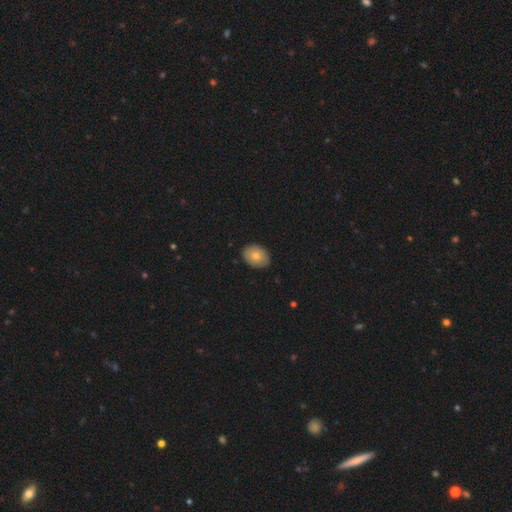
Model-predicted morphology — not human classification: smooth-or-featured: smooth: 75% | featured or disk: 17% | star or artifact: 8%
  how-rounded: in between: 71% | round: 28% | cigar-shaped: 1%
  merging: none: 86% | minor disturbance: 11% | major disturbance: 2% | merger: 1%